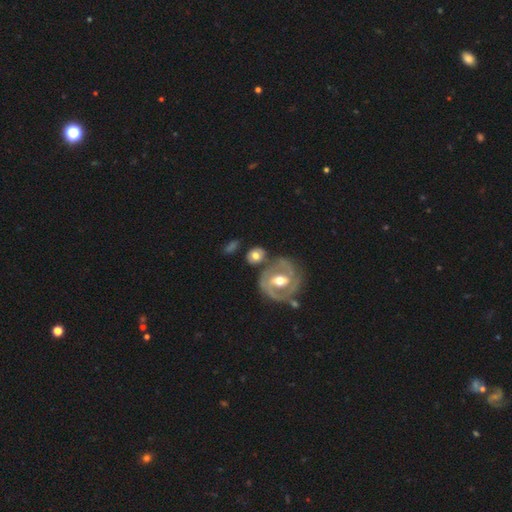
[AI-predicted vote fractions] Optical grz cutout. It shows a smooth galaxy with no disk features (55%) that is round (53%). Merging: none (63%).